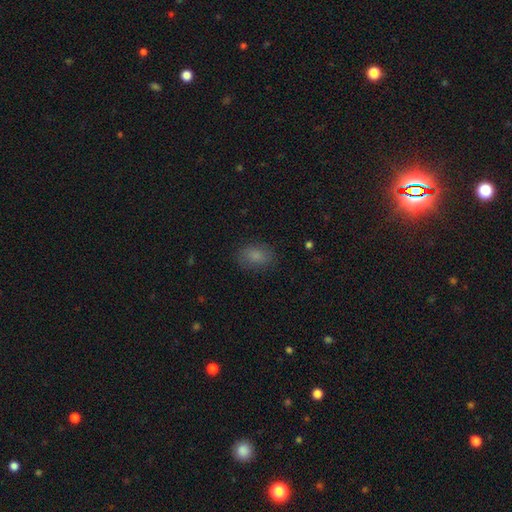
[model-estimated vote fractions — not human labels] A smooth galaxy with no disk features (82%) that is in between round and cigar-shaped (80%).

Vote fractions:
- Smooth or featured? smooth: 82% / star or artifact: 11% / featured or disk: 8%
- How rounded? in between: 80% / round: 18% / cigar-shaped: 2%
- Merging? none: 82% / minor disturbance: 13% / major disturbance: 4% / merger: 1%